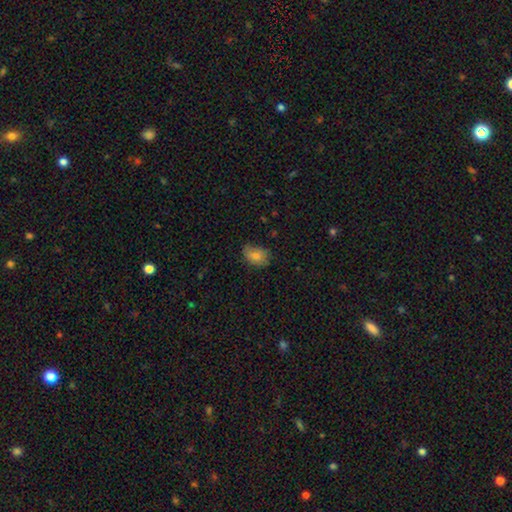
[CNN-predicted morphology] The model was most divided on "merging": none: 65%, minor disturbance: 28%, major disturbance: 5%, merger: 1%. More confident: smooth or featured — smooth (78%); how rounded — in between (74%).